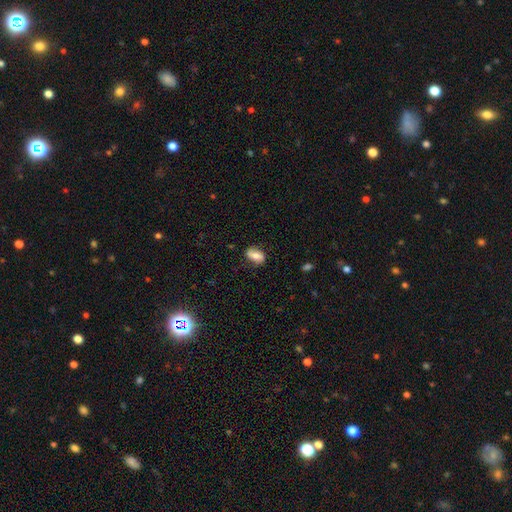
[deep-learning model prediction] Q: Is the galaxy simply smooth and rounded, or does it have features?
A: smooth — 64%.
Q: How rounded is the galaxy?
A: in between — 87%.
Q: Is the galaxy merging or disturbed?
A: none — 74%.